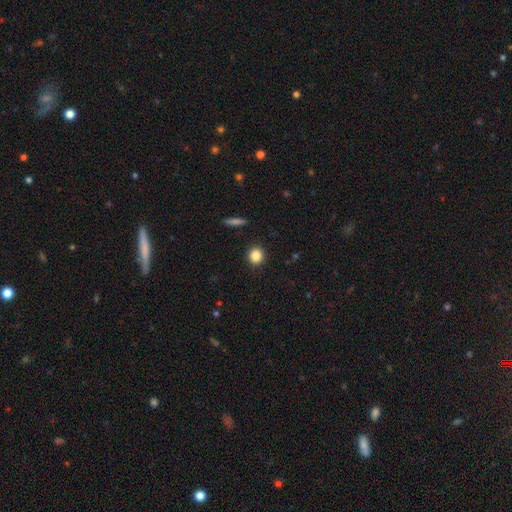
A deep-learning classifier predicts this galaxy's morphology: Overall: smooth (85%). How rounded: round (85%). Merging: none (91%).